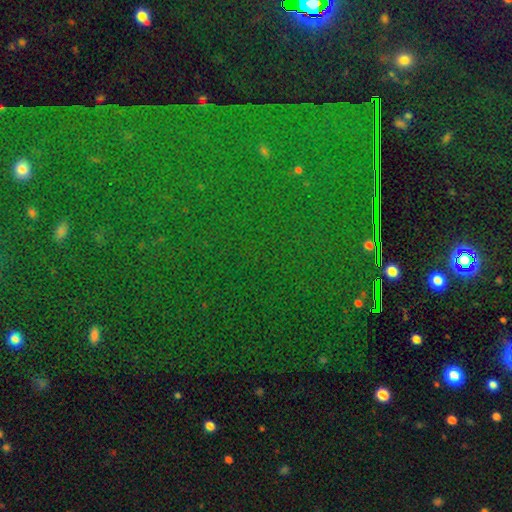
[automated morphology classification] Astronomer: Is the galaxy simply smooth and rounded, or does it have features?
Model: star or artifact — 84%.